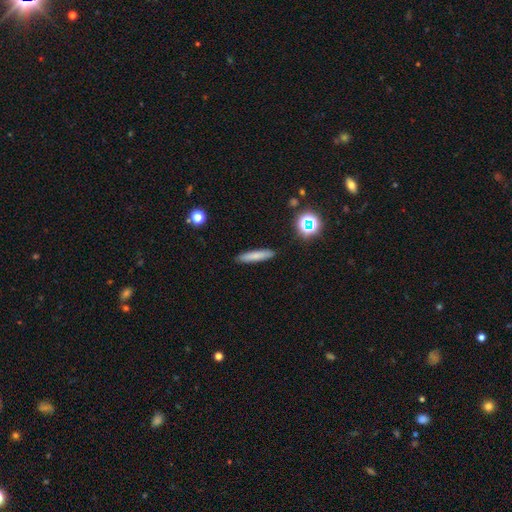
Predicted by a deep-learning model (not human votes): A smooth galaxy with no disk features (75%) that is cigar-shaped (86%). Merging: none (89%).